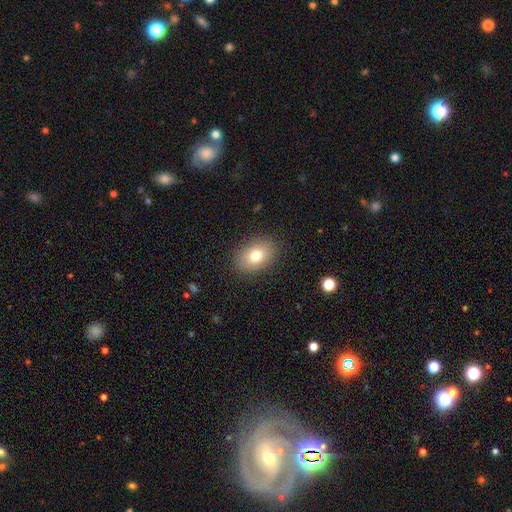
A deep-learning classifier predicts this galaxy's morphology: smooth-or-featured: smooth: 77% | featured or disk: 13% | star or artifact: 10%
  how-rounded: in between: 74% | round: 25% | cigar-shaped: 1%
  merging: none: 88% | minor disturbance: 9% | major disturbance: 3% | merger: 1%